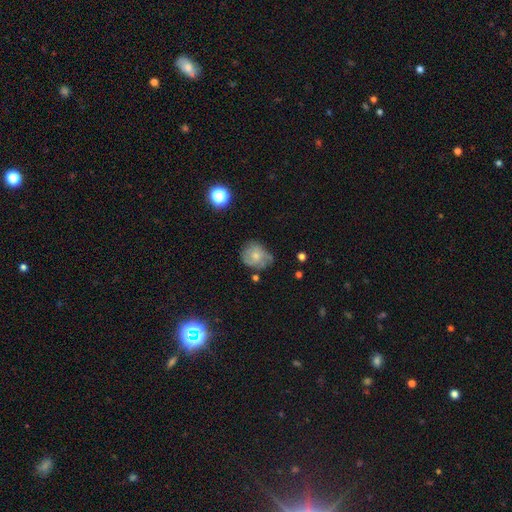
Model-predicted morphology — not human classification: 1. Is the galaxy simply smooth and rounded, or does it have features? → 49% smooth, 41% featured or disk, 10% star or artifact.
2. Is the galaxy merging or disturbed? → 50% none, 33% minor disturbance, 13% major disturbance, 4% merger.